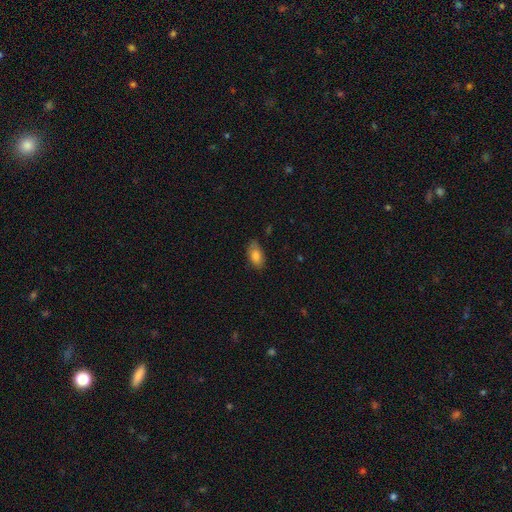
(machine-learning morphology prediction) This is clearly a smooth galaxy (82%). How rounded: clearly in between (91%). Merging: likely none (72%).